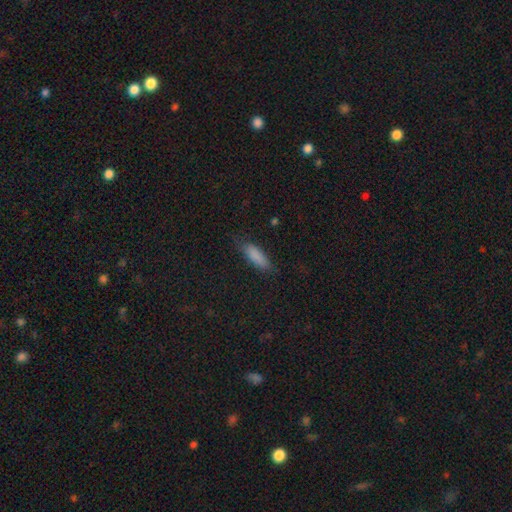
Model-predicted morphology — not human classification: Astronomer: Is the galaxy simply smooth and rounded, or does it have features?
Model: smooth — 84%.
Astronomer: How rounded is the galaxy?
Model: in between — 55% (runner-up: cigar-shaped, 43%).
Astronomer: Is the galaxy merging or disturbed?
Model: none — 73%.